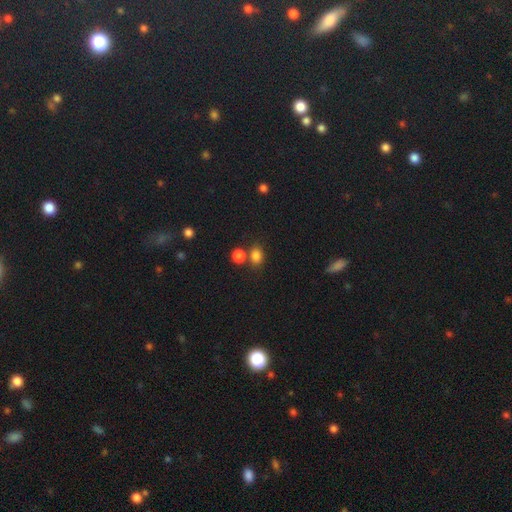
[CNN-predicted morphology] smooth 81%, star or artifact 13%, featured or disk 5%. Down the decision tree: how rounded — in between (51%); merging — none (62%).